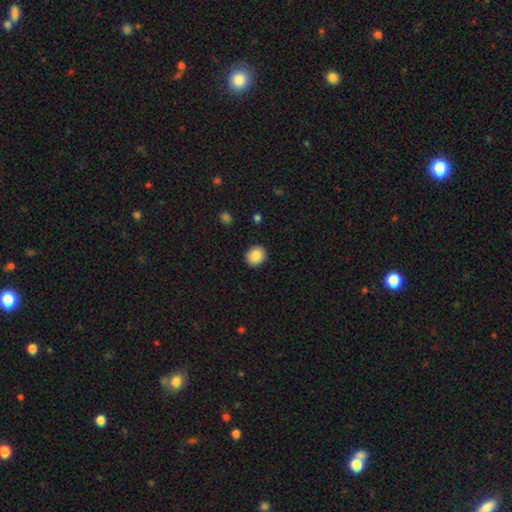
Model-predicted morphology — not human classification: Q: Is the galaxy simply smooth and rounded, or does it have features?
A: smooth — 86%.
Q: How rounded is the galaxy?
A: round — 78%.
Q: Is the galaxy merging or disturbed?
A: none — 91%.